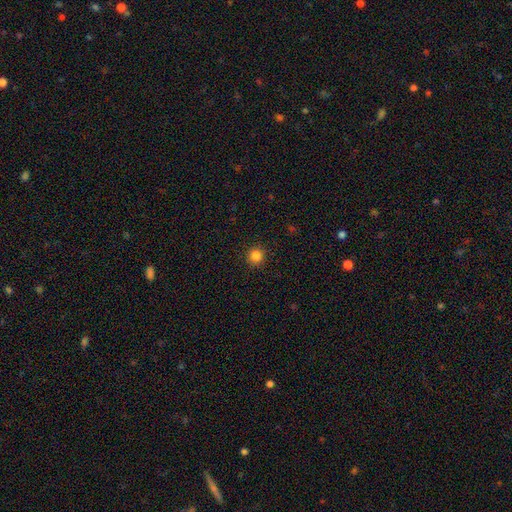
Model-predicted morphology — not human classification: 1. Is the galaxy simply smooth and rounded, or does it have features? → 84% smooth, 12% star or artifact, 4% featured or disk.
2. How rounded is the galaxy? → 94% round, 5% in between, 1% cigar-shaped.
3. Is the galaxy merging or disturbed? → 92% none, 5% minor disturbance, 2% major disturbance, 1% merger.